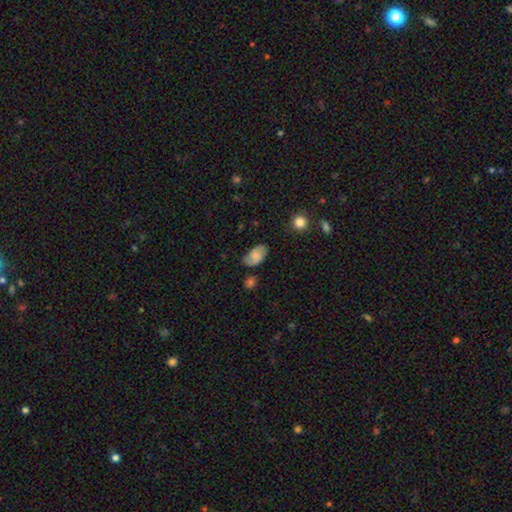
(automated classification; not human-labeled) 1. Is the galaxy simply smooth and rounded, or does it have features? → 61% smooth, 31% featured or disk, 8% star or artifact.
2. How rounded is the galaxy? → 93% in between, 6% round, 2% cigar-shaped.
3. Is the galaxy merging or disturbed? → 63% none, 26% minor disturbance, 8% major disturbance, 3% merger.